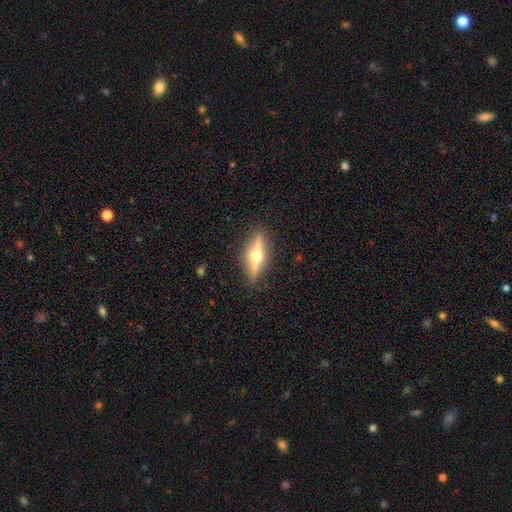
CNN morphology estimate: Smooth or featured? Predicted: featured or disk (p=0.70). Edge-on disk? Predicted: yes (p=0.94). Edge-on bulge? Predicted: rounded (p=0.96). Merging? Predicted: none (p=0.89).